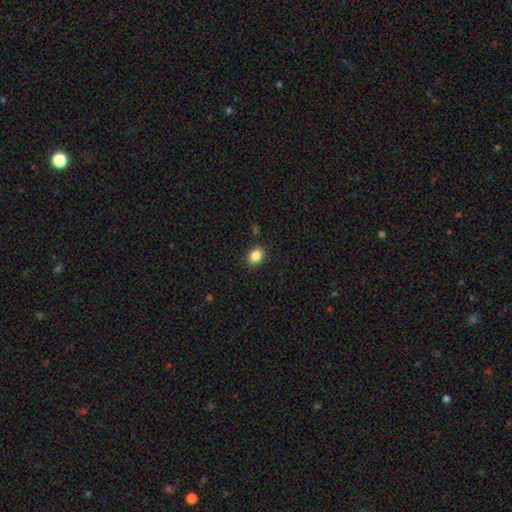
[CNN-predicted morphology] This is clearly a smooth galaxy (85%). How rounded: likely in between (62%). Merging: clearly none (86%).